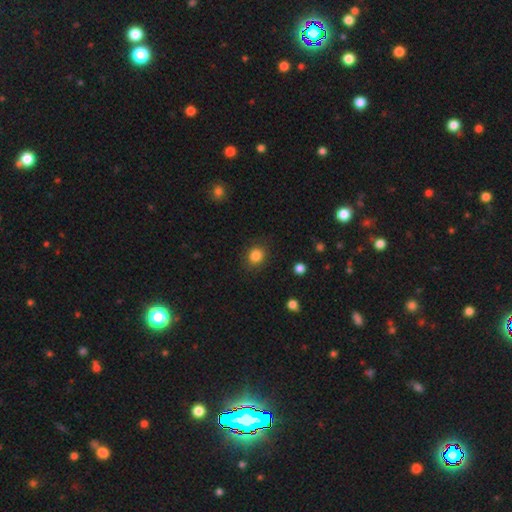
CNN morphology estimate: This appears to be a smooth galaxy with no disk features (85%) that is round (76%). Merging: none (87%).